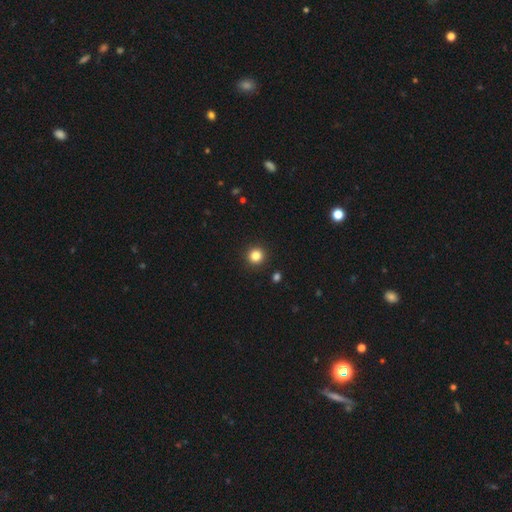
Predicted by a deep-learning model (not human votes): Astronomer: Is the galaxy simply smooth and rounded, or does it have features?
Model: smooth — 84%.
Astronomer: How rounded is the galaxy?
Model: round — 95%.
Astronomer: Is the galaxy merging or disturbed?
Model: none — 93%.